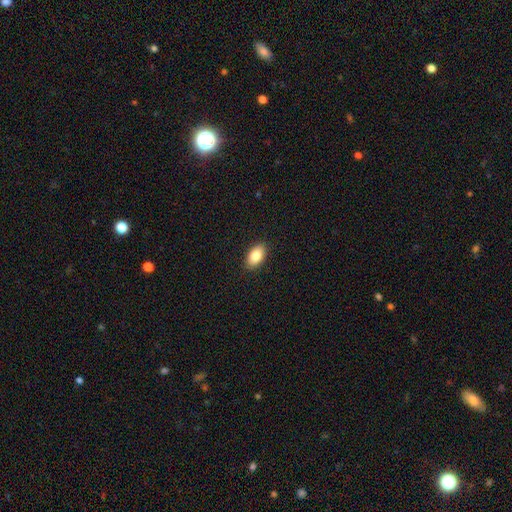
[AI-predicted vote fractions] A smooth galaxy with no disk features (83%) that is in between round and cigar-shaped (92%). Merging: none (90%).